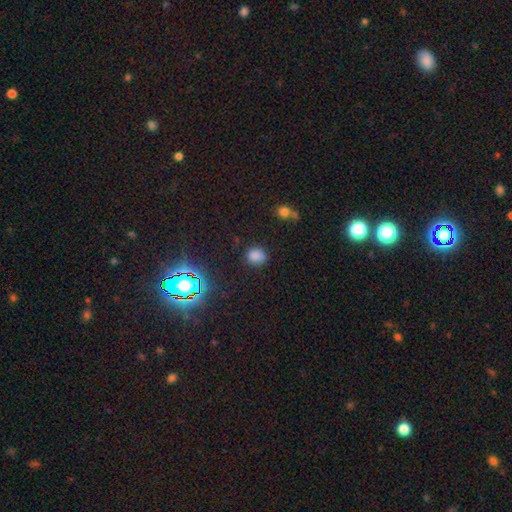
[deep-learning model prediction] Smooth or featured? smooth (76%)
How rounded? round (68%)
Merging? none (81%)